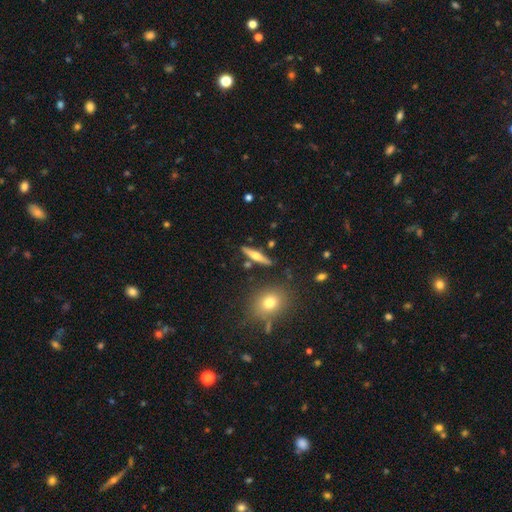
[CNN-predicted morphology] type=featured or disk (62%); edge-on=yes (95%); edge-on bulge=rounded (94%); merging=none (84%).